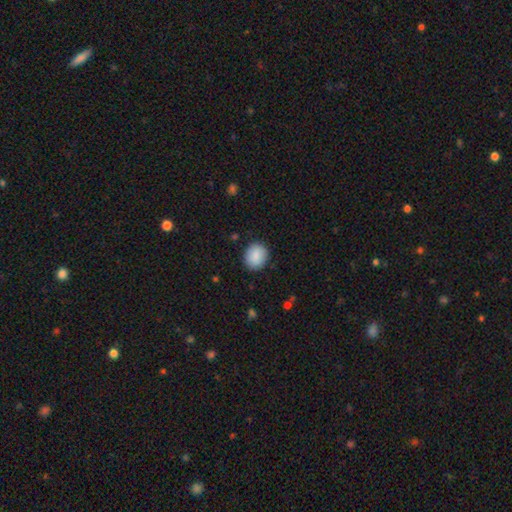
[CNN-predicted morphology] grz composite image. It shows a smooth galaxy with no disk features (88%) that is round (69%). Merging: none (89%).